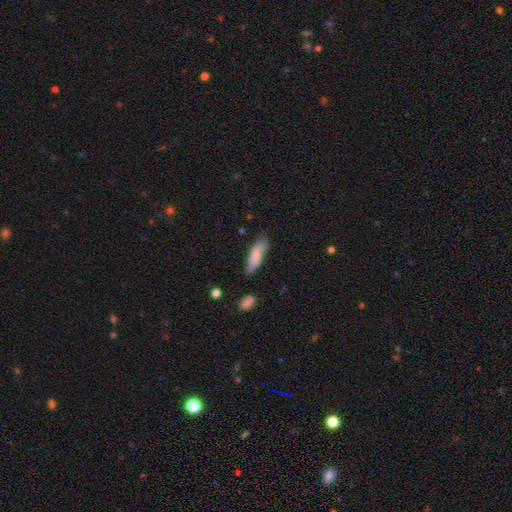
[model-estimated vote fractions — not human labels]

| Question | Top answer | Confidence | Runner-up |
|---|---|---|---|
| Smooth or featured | smooth | 74% | featured or disk (19%) |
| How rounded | in between | 59% | cigar-shaped (39%) |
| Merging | none | 64% | minor disturbance (26%) |